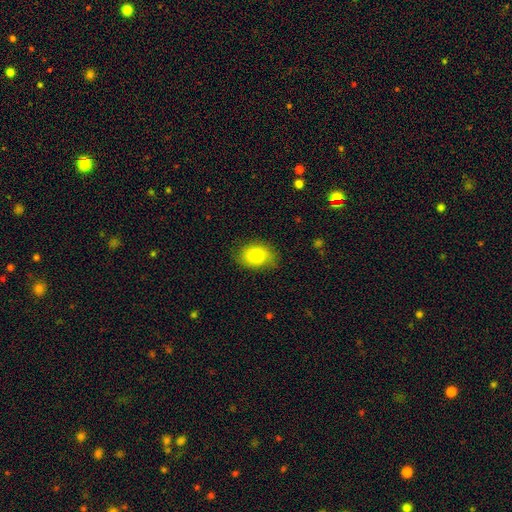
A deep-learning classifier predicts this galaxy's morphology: Smooth or featured? smooth (84%)
How rounded? in between (72%)
Merging? none (73%)